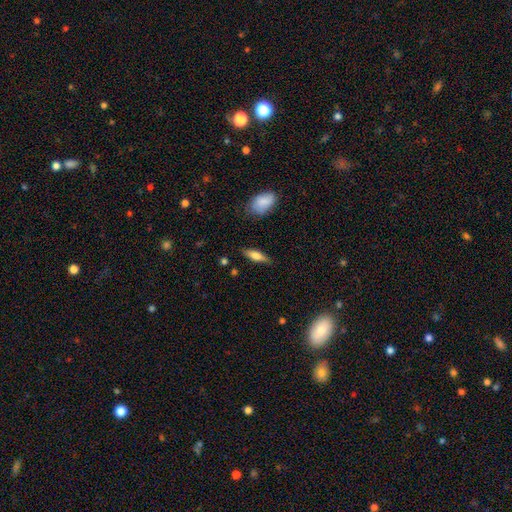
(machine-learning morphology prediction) A smooth galaxy with no disk features (63%) that is in between round and cigar-shaped (50%).

Vote fractions:
- Smooth or featured? smooth: 63% / featured or disk: 31% / star or artifact: 7%
- How rounded? in between: 50% / cigar-shaped: 48% / round: 3%
- Merging? none: 83% / minor disturbance: 12% / major disturbance: 3% / merger: 2%